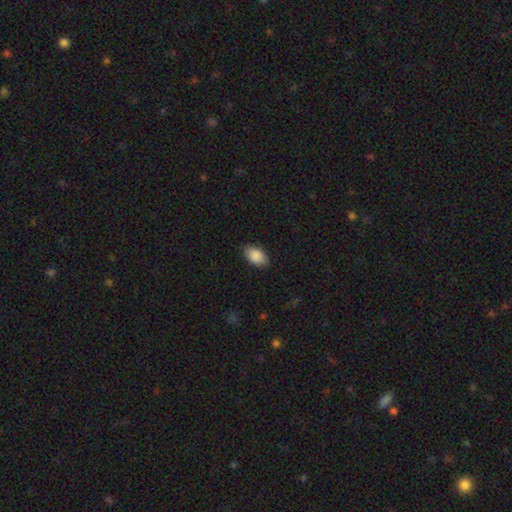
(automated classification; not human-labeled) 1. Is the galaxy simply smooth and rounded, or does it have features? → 90% smooth, 7% star or artifact, 4% featured or disk.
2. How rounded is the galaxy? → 93% in between, 6% round, 1% cigar-shaped.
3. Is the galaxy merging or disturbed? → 85% none, 11% minor disturbance, 3% major disturbance, 1% merger.